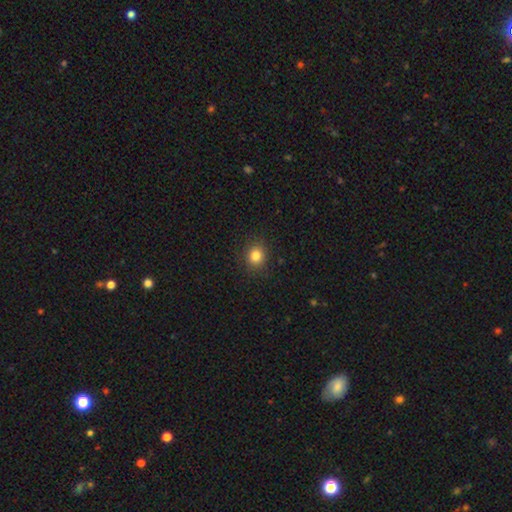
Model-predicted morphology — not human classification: Q: Smooth or featured?
A: smooth (83%); runner-up: star or artifact (12%)
Q: How rounded?
A: round (78%); runner-up: in between (21%)
Q: Merging?
A: none (89%); runner-up: minor disturbance (8%)